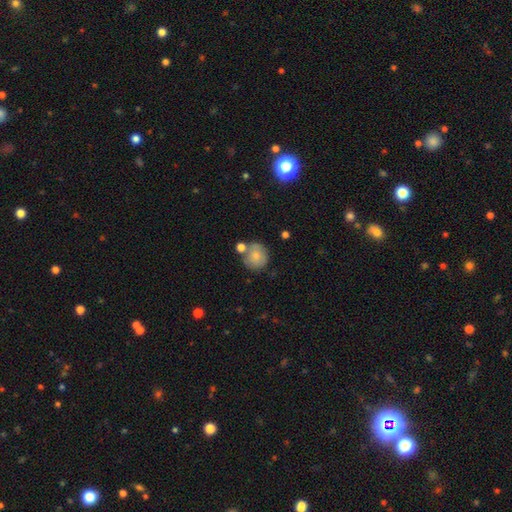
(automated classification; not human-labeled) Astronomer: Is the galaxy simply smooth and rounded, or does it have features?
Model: smooth — 75%.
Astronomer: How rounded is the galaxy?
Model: round — 89%.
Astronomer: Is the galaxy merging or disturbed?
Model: none — 64%.